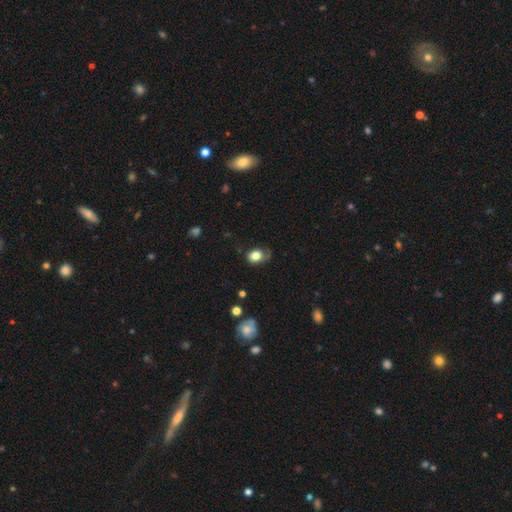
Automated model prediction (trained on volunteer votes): Q: Smooth or featured?
A: smooth (76%); runner-up: featured or disk (15%)
Q: How rounded?
A: in between (57%); runner-up: round (42%)
Q: Merging?
A: none (49%); runner-up: minor disturbance (31%)